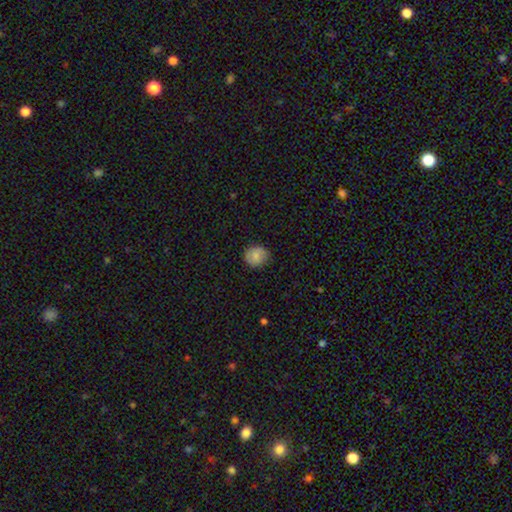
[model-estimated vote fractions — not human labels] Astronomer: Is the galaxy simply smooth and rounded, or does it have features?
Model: smooth — 81%.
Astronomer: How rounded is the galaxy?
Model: round — 79%.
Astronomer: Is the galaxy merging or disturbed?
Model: none — 82%.